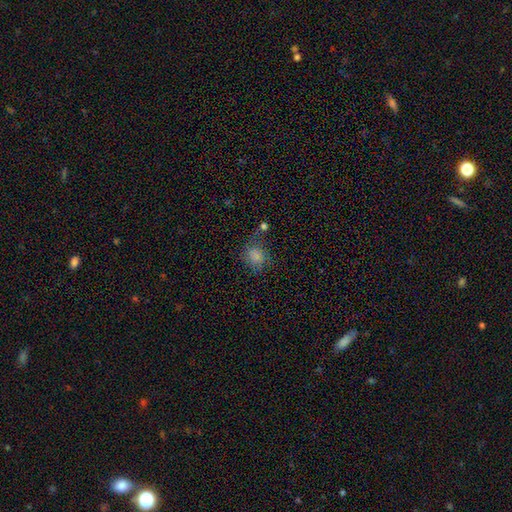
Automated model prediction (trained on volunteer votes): A smooth galaxy with no disk features (79%) that is round (66%). Merging: none (58%).